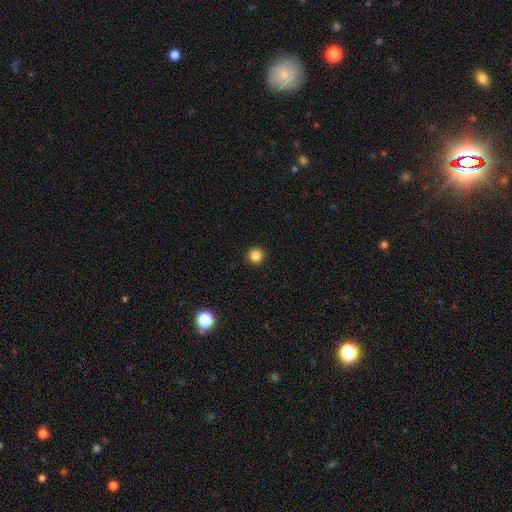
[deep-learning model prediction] smooth-or-featured: smooth: 85% | star or artifact: 12% | featured or disk: 3%
  how-rounded: round: 96% | in between: 3% | cigar-shaped: 1%
  merging: none: 94% | minor disturbance: 4% | major disturbance: 1% | merger: 1%